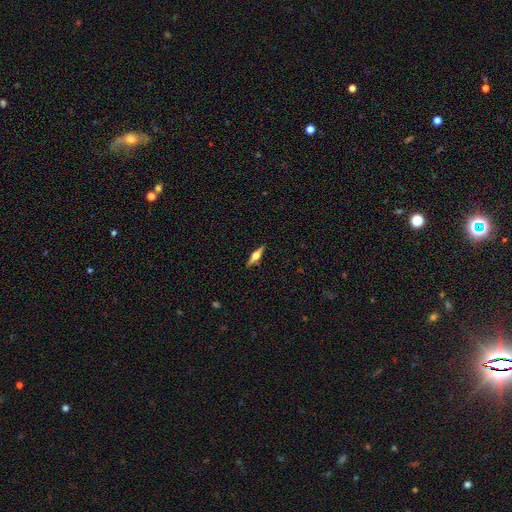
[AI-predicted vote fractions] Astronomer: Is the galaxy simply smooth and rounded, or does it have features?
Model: featured or disk — 67%.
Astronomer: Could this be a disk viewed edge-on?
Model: yes — 97%.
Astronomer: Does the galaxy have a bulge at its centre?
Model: rounded — 93%.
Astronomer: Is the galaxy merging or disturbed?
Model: none — 89%.